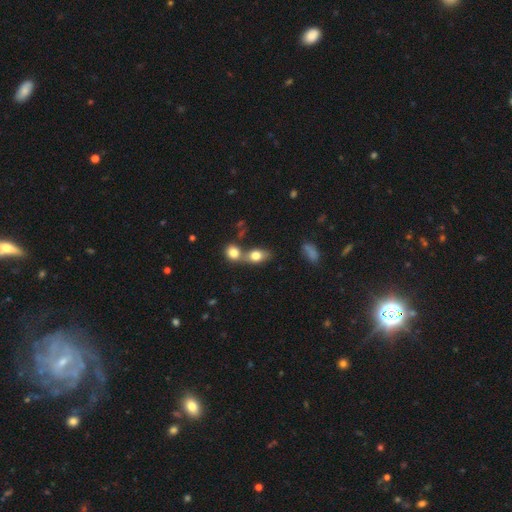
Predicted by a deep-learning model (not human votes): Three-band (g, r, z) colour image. It shows a smooth galaxy with no disk features (77%) that is in between round and cigar-shaped (68%). Merging: merger (53%).